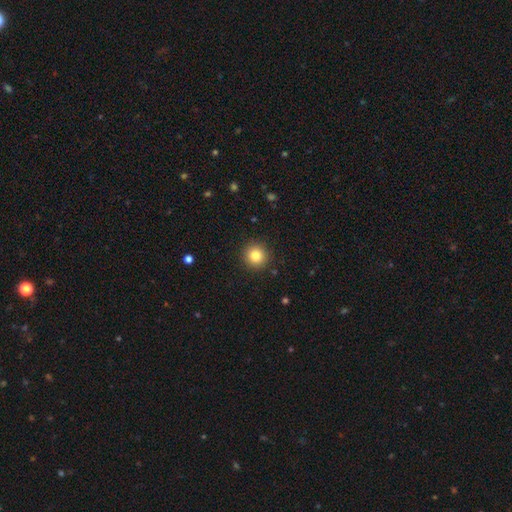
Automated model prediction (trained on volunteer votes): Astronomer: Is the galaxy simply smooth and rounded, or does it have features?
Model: smooth — 82%.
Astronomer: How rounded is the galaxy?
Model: round — 95%.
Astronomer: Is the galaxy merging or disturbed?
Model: none — 92%.